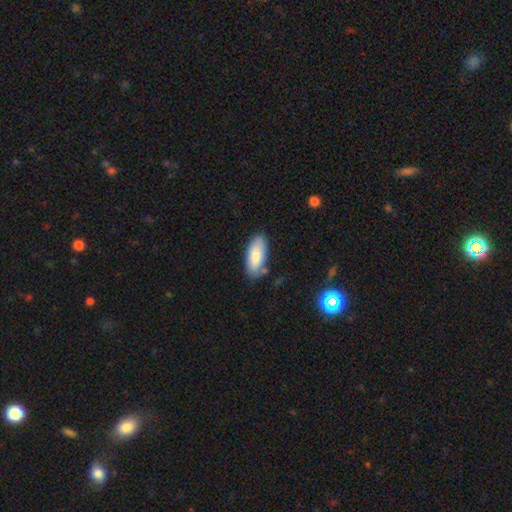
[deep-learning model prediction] smooth_or_featured: smooth (p=0.84) [alt: featured or disk p=0.10]
how_rounded: in between (p=0.84) [alt: cigar-shaped p=0.14]
merging: none (p=0.78) [alt: minor disturbance p=0.15]